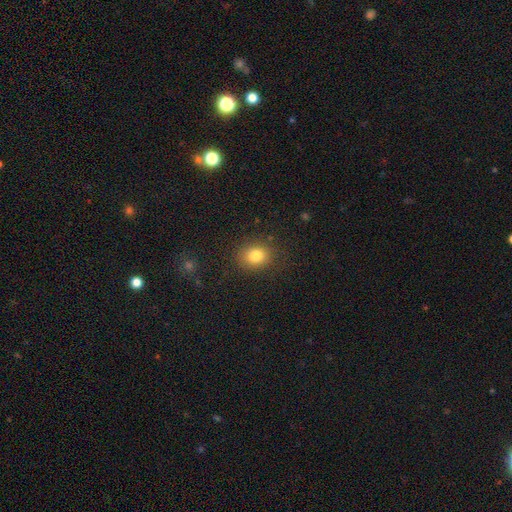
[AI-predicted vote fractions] smooth-or-featured: smooth: 81% | star or artifact: 11% | featured or disk: 7%
  how-rounded: round: 54% | in between: 45% | cigar-shaped: 1%
  merging: none: 85% | minor disturbance: 10% | major disturbance: 4% | merger: 1%